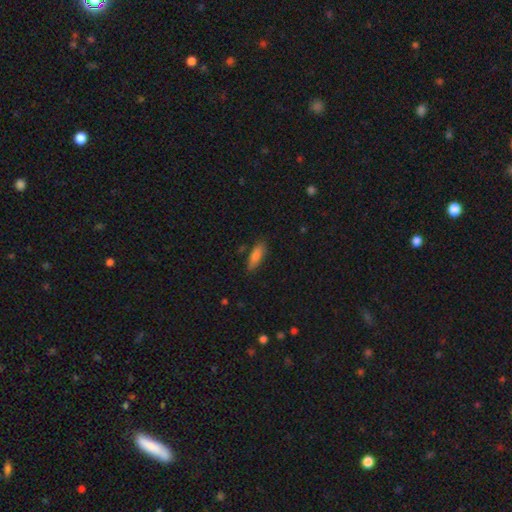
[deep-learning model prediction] smooth-or-featured: smooth: 81% | featured or disk: 12% | star or artifact: 7%
  how-rounded: in between: 49% (tied) | cigar-shaped: 49% (tied) | round: 2%
  merging: none: 83% | minor disturbance: 13% | major disturbance: 2% | merger: 2%